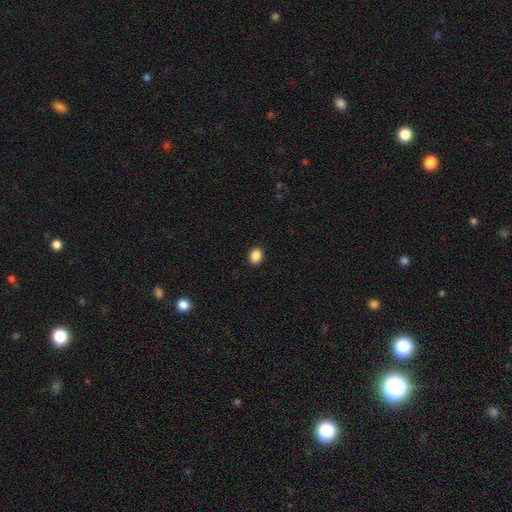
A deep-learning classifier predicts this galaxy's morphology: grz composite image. It shows a smooth galaxy with no disk features (88%) that is in between round and cigar-shaped (57%). Merging: none (91%).